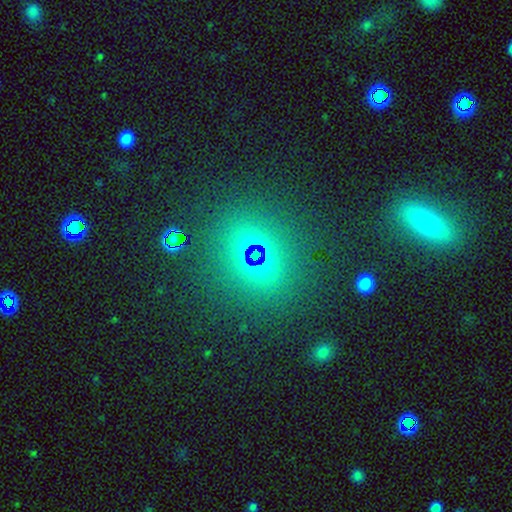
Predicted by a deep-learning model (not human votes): smooth_or_featured: star or artifact (p=0.55) [alt: smooth p=0.35]